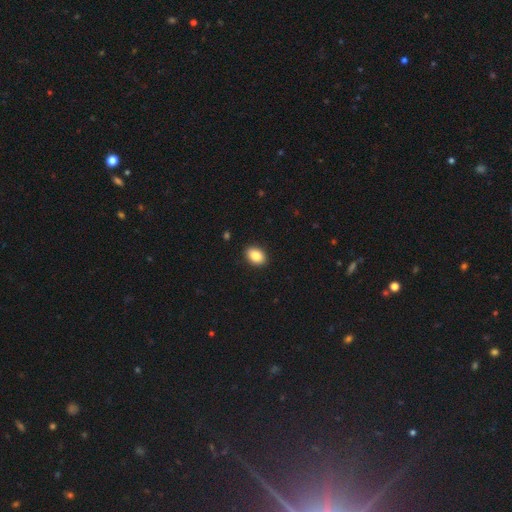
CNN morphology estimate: type=smooth (88%); roundness=in between (82%); merging=none (90%).